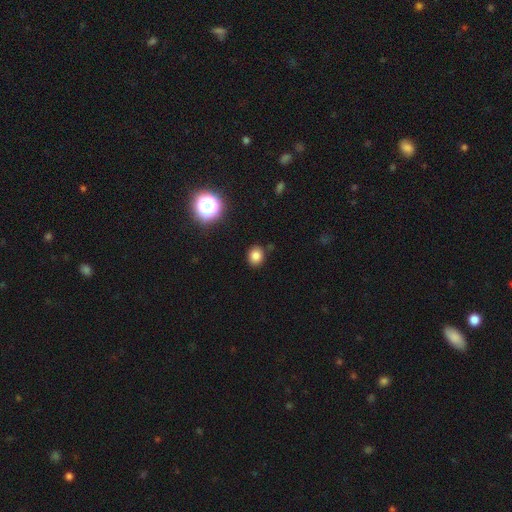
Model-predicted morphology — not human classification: Smooth or featured?
  - smooth: 80% *
  - star or artifact: 15%
  - featured or disk: 5%
How rounded?
  - round: 66% *
  - in between: 33%
  - cigar-shaped: 1%
Merging?
  - none: 87% *
  - minor disturbance: 9%
  - major disturbance: 2%
  - merger: 2%